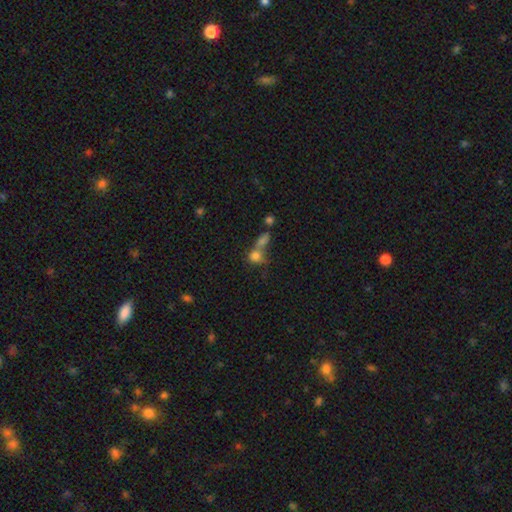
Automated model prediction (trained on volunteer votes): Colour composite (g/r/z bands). It shows a smooth galaxy with no disk features (73%) that is round (58%). Merging: merger (53%).